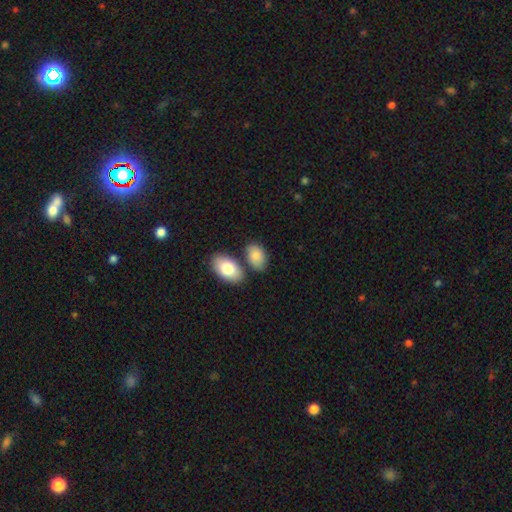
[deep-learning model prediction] smooth_or_featured: smooth (p=0.81) [alt: featured or disk p=0.13]
how_rounded: in between (p=0.90) [alt: round p=0.08]
merging: none (p=0.61) [alt: merger p=0.19]